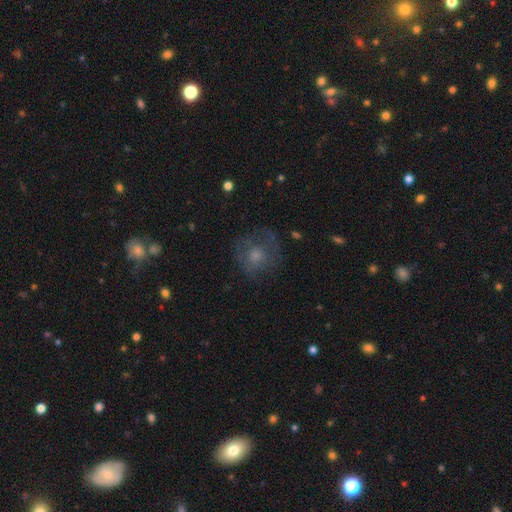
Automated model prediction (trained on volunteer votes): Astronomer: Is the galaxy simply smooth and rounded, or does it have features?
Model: smooth — 52% (runner-up: featured or disk, 35%).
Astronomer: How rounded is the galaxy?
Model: round — 83%.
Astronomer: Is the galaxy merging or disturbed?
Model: none — 66%.